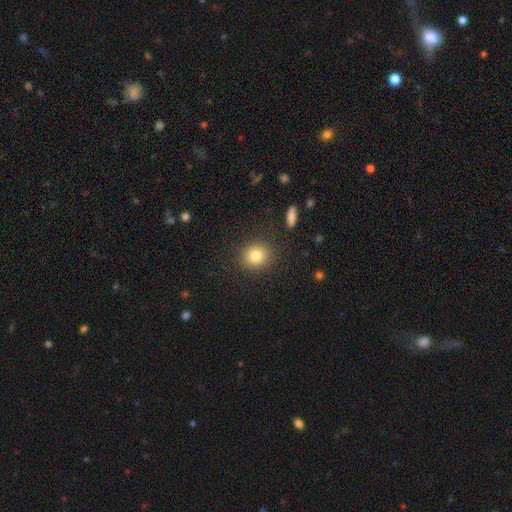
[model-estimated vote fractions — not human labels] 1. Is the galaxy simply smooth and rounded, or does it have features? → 82% smooth, 10% star or artifact, 8% featured or disk.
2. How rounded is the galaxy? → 84% round, 15% in between, 1% cigar-shaped.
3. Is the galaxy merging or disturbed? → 88% none, 8% minor disturbance, 3% major disturbance, 2% merger.